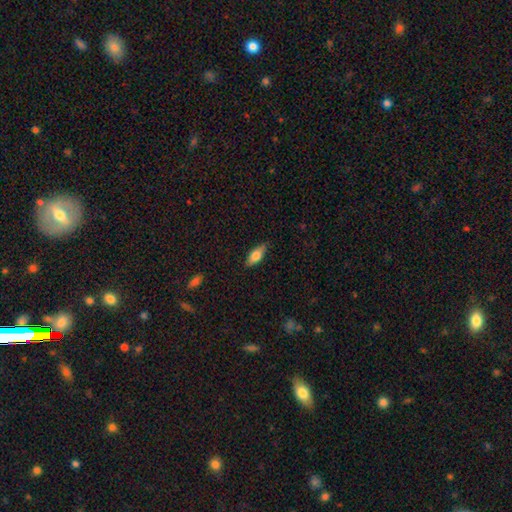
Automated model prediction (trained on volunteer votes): smooth_or_featured: smooth (p=0.72) [alt: featured or disk p=0.21]
how_rounded: in between (p=0.77) [alt: cigar-shaped p=0.20]
merging: none (p=0.83) [alt: minor disturbance p=0.13]